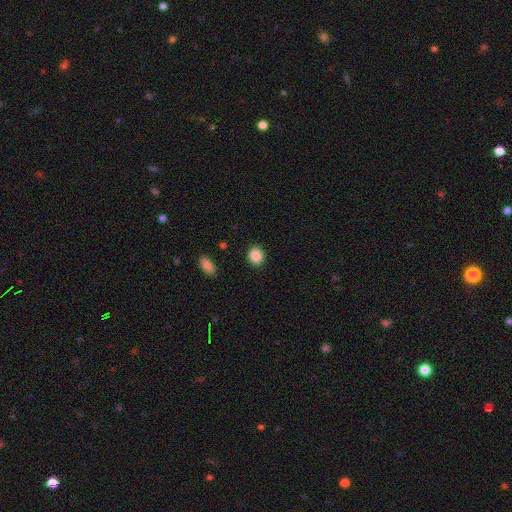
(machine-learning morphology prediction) Q: Smooth or featured?
A: smooth (88%); runner-up: star or artifact (8%)
Q: How rounded?
A: round (68%); runner-up: in between (31%)
Q: Merging?
A: none (89%); runner-up: minor disturbance (7%)